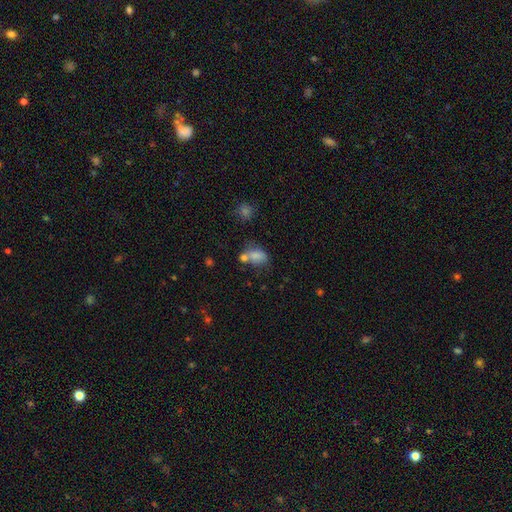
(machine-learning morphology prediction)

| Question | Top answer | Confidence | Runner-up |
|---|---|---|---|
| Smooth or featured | smooth | 75% | featured or disk (13%) |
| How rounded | in between | 80% | round (18%) |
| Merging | merger | 39% | none (34%) |